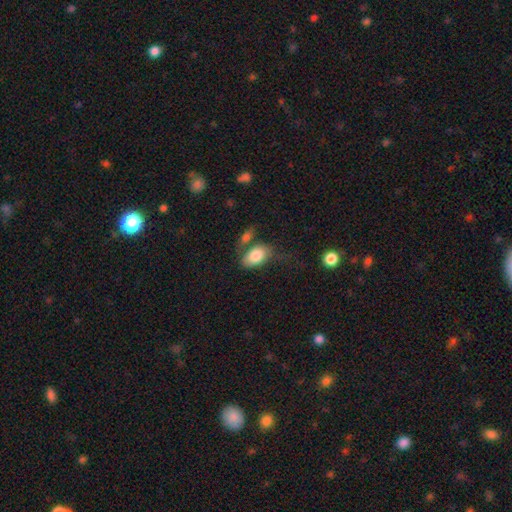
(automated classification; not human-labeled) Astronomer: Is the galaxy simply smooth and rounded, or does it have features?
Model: smooth — 81%.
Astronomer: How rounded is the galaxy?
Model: in between — 91%.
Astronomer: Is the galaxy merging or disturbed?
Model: none — 40% (runner-up: merger, 25%).